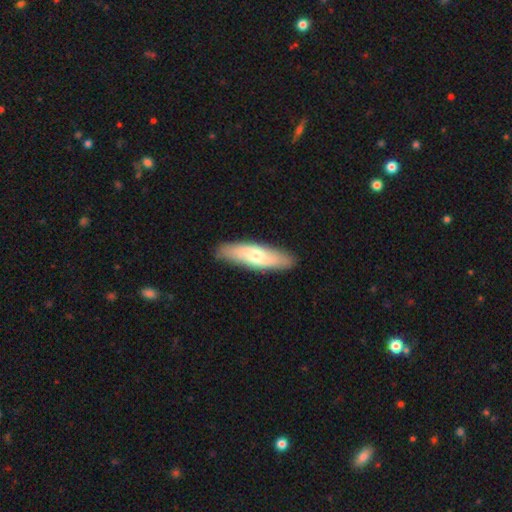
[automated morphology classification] This is possibly a smooth galaxy (53%). How rounded: possibly cigar-shaped (58%). Merging: clearly none (88%).